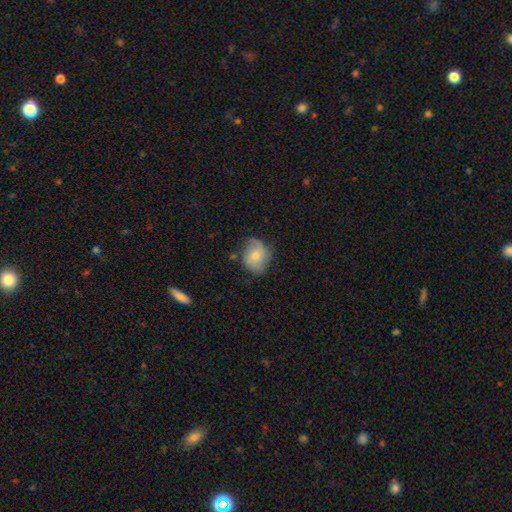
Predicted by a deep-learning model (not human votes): Overall: smooth (64%; featured or disk 28%). How rounded: in between (51%; round 47%). Merging: none (59%; minor disturbance 31%).